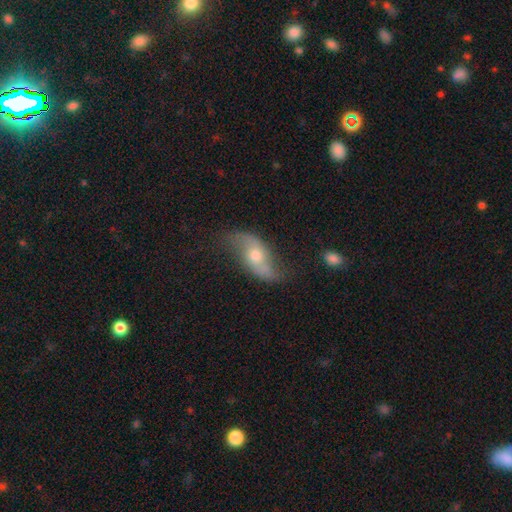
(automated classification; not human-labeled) featured or disk 75%, smooth 18%, star or artifact 7%. Down the decision tree: edge-on disk — no (91%); bar — no (62%); spiral arms — yes (90%); spiral arm count — 2 (91%); spiral winding — loose (81%); bulge size — moderate (65%); merging — none (64%).